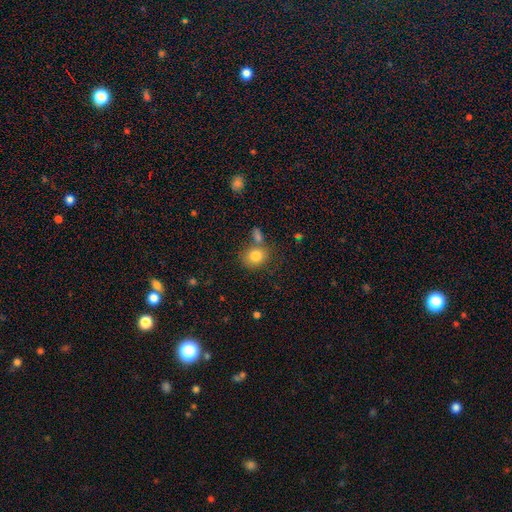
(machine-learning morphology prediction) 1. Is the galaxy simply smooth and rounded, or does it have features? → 81% smooth, 9% star or artifact, 9% featured or disk.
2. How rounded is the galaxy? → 64% round, 35% in between, 1% cigar-shaped.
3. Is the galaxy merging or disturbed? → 59% none, 22% merger, 14% minor disturbance, 5% major disturbance.